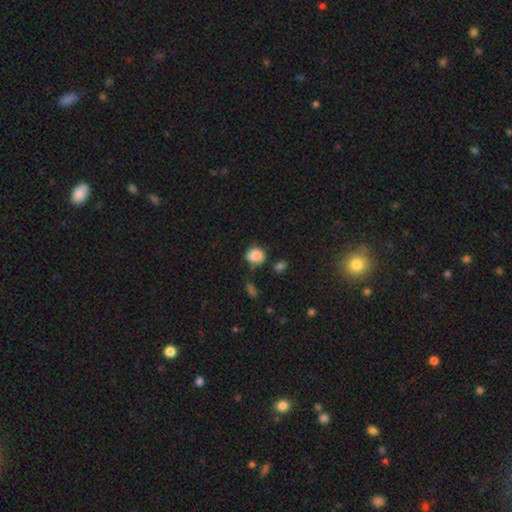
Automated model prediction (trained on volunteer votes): Smooth or featured? smooth (85%)
How rounded? round (68%)
Merging? none (63%)